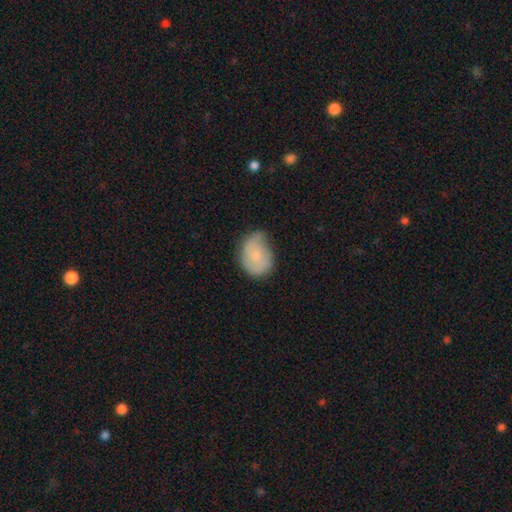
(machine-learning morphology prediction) smooth-or-featured: smooth: 66% | featured or disk: 27% | star or artifact: 7%
  how-rounded: in between: 70% | round: 28% | cigar-shaped: 1%
  merging: none: 43% | minor disturbance: 42% | major disturbance: 13% | merger: 2%